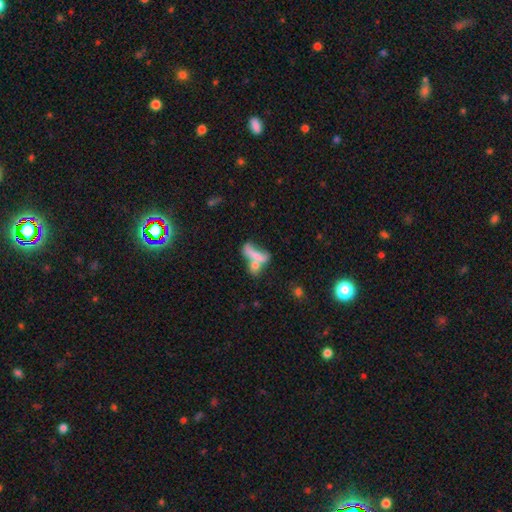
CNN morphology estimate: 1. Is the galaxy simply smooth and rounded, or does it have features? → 62% smooth, 27% featured or disk, 11% star or artifact.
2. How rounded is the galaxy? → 49% in between, 43% cigar-shaped, 7% round.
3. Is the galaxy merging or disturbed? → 57% merger, 22% none, 12% major disturbance, 10% minor disturbance.